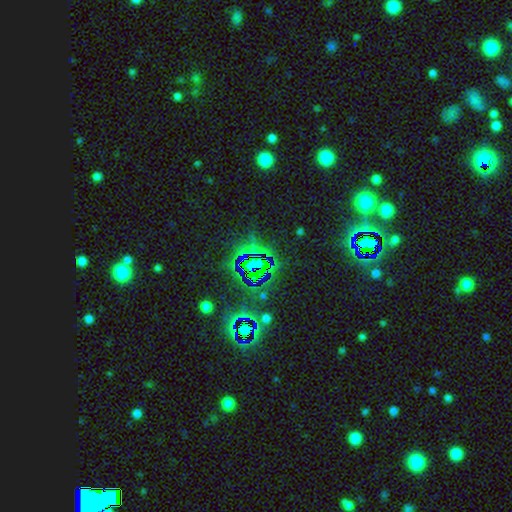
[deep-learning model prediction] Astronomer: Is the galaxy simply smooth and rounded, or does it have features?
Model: star or artifact — 80%.